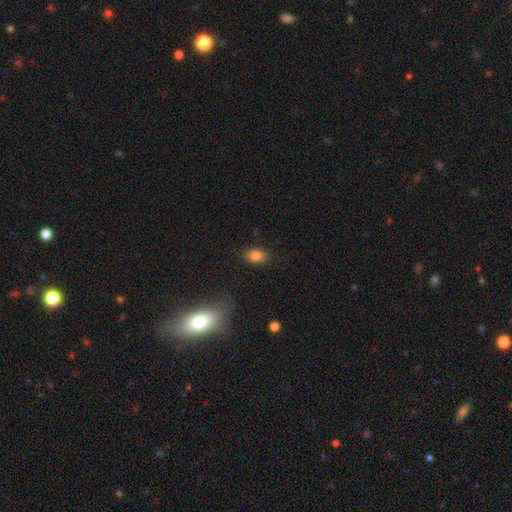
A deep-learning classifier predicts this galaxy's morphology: This is clearly a smooth galaxy (82%). How rounded: likely in between (71%). Merging: clearly none (84%).